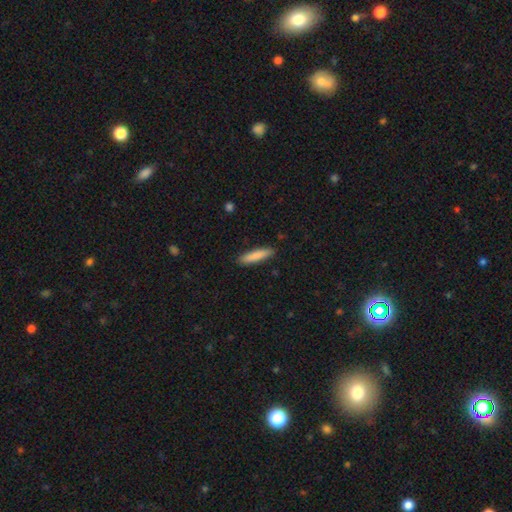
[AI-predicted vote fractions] Smooth or featured? Predicted: smooth (p=0.85). How rounded? Predicted: cigar-shaped (p=0.85). Merging? Predicted: none (p=0.90).